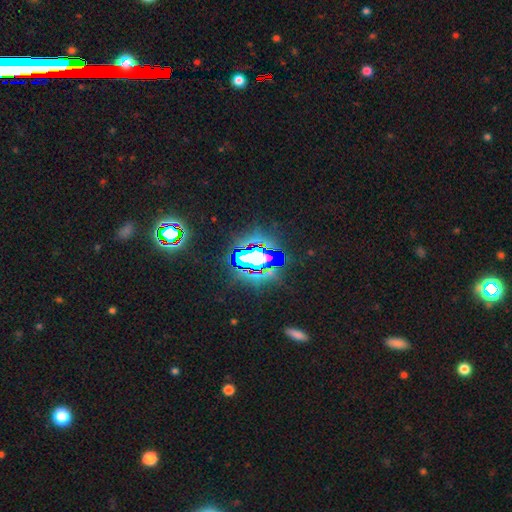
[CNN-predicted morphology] smooth_or_featured: star or artifact (p=0.68) [alt: featured or disk p=0.16]